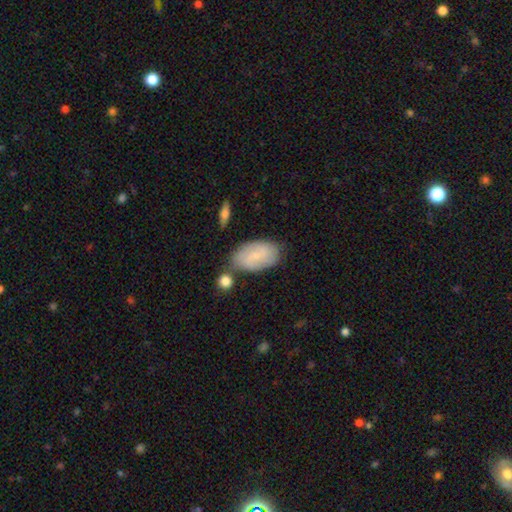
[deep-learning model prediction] Smooth or featured? smooth (50%)
Merging? none (68%)